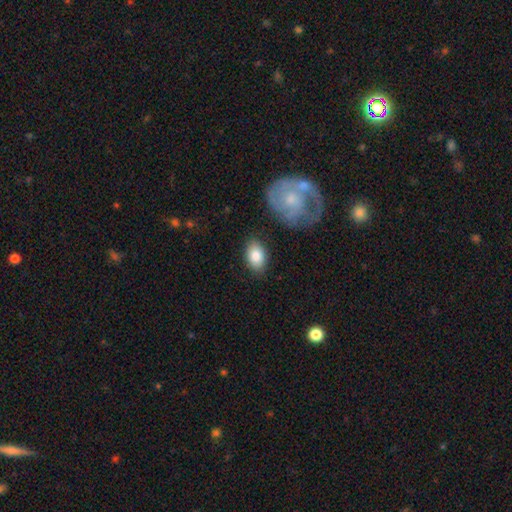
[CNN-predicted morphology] A smooth galaxy with no disk features (84%) that is in between round and cigar-shaped (86%).

Vote fractions:
- Smooth or featured? smooth: 84% / featured or disk: 10% / star or artifact: 7%
- How rounded? in between: 86% / round: 12% / cigar-shaped: 1%
- Merging? none: 82% / minor disturbance: 12% / major disturbance: 3% / merger: 3%